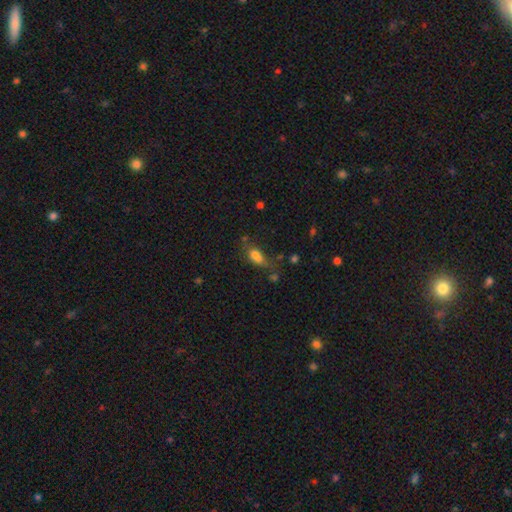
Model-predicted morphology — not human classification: Smooth or featured: smooth — 74% (star or artifact — 13%)
How rounded: in between — 80% (cigar-shaped — 12%)
Merging: none — 38% (minor disturbance — 26%)